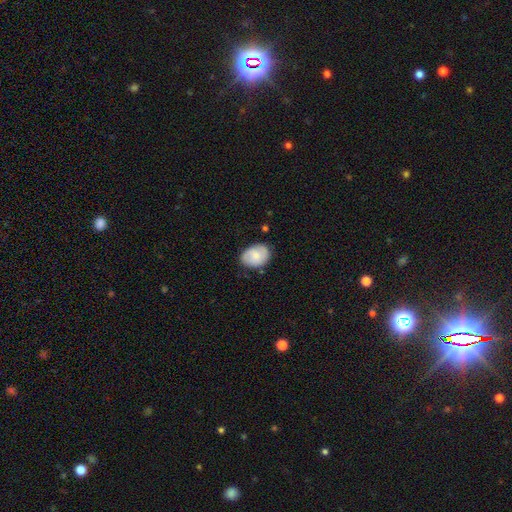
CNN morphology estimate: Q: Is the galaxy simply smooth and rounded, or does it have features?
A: smooth — 64%.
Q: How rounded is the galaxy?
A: in between — 71%.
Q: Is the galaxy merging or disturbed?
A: none — 74%.